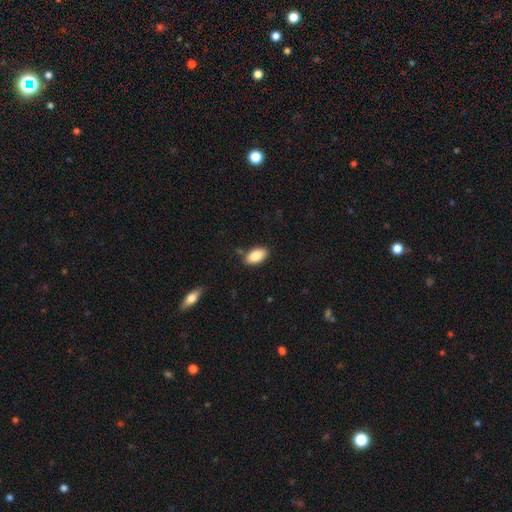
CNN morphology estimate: Q: Smooth or featured?
A: smooth (87%); runner-up: star or artifact (7%)
Q: How rounded?
A: in between (94%); runner-up: round (3%)
Q: Merging?
A: none (84%); runner-up: minor disturbance (11%)